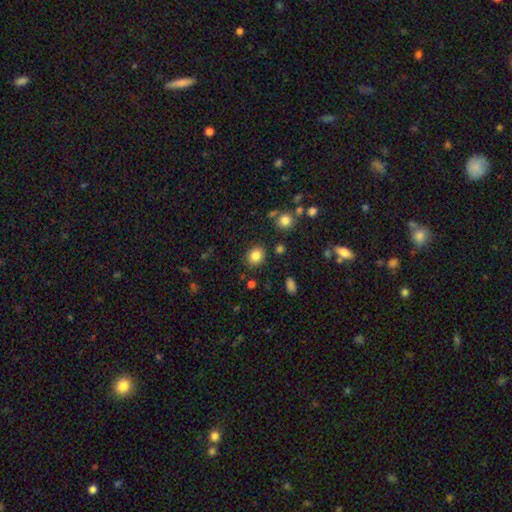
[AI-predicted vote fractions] smooth_or_featured: smooth (p=0.84) [alt: star or artifact p=0.10]
how_rounded: round (p=0.64) [alt: in between p=0.35]
merging: none (p=0.86) [alt: minor disturbance p=0.09]